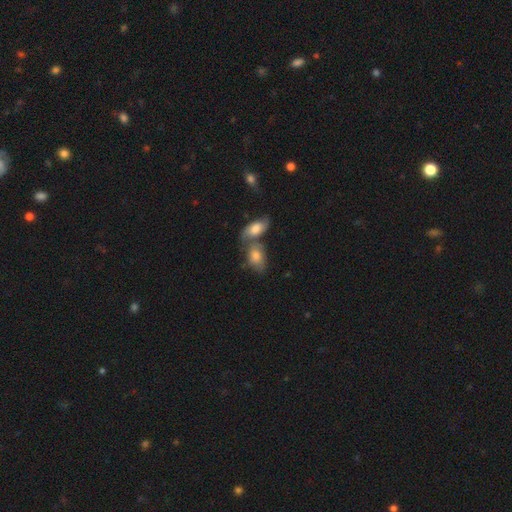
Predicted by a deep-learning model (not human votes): Overall: smooth (71%). How rounded: in between (87%). Merging: merger (54%; none 28%).